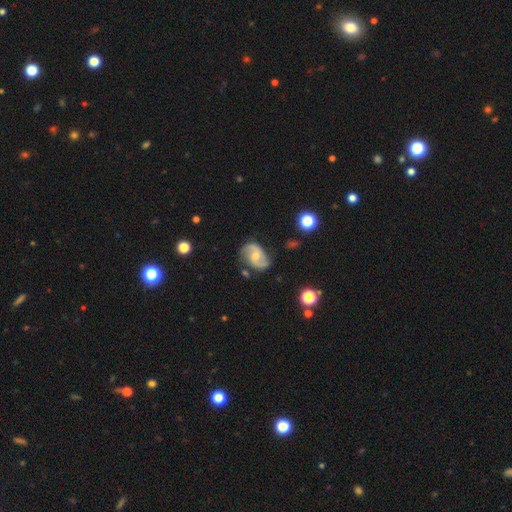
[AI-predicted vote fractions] Smooth or featured?
  - featured or disk: 81% *
  - smooth: 12%
  - star or artifact: 6%
Edge-on disk?
  - no: 97% *
  - yes: 3%
Bar?
  - no: 50% *
  - weak: 41%
  - strong: 9%
Spiral arms?
  - yes: 95% *
  - no: 5%
Spiral winding?
  - medium: 48% *
  - loose: 34%
  - tight: 18%
Spiral arm count?
  - 2: 90% *
  - can't tell: 4%
  - 1: 2%
  - 3: 1%
  - 4: 1%
  - more than 4: 1%
Bulge size?
  - moderate: 52% *
  - small: 41%
  - none: 3%
  - large: 3%
  - dominant: 1%
Merging?
  - none: 73% *
  - minor disturbance: 18%
  - major disturbance: 6%
  - merger: 3%